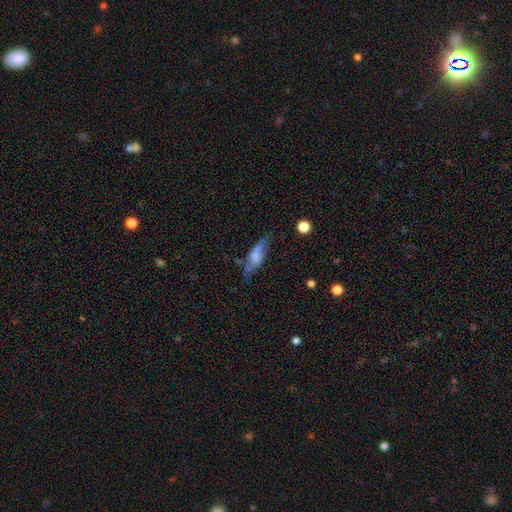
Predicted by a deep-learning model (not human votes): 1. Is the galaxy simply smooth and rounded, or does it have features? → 58% smooth, 33% featured or disk, 8% star or artifact.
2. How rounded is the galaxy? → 56% in between, 41% cigar-shaped, 3% round.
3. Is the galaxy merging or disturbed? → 55% none, 27% minor disturbance, 12% major disturbance, 5% merger.